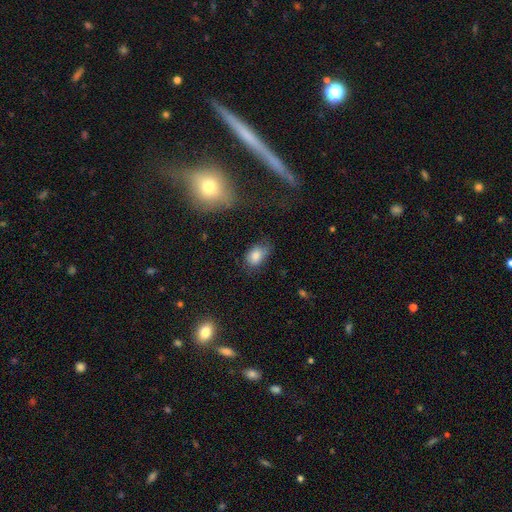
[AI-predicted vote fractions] smooth 82%, star or artifact 9%, featured or disk 8%. Down the decision tree: how rounded — in between (83%); merging — none (54%).